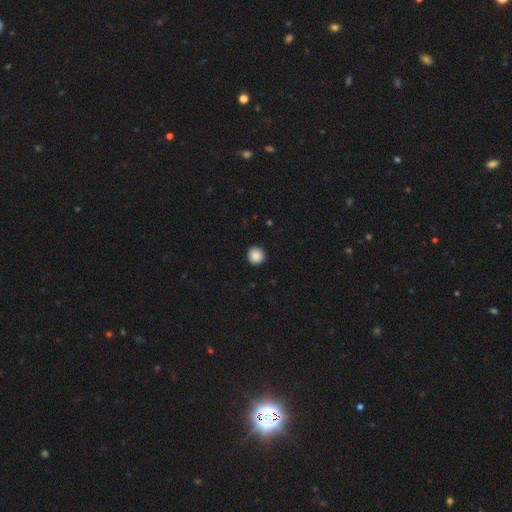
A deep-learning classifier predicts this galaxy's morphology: Smooth or featured? smooth (88%)
How rounded? round (95%)
Merging? none (92%)